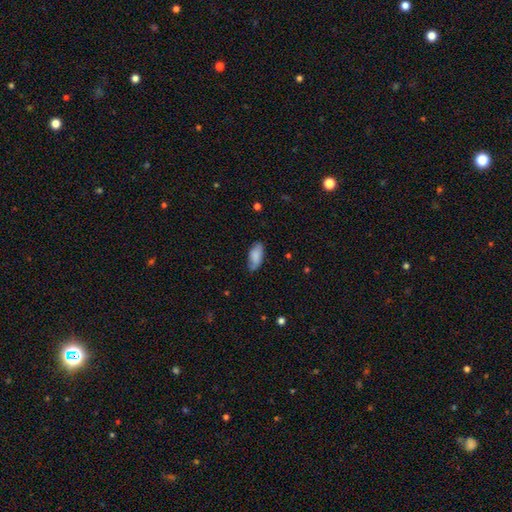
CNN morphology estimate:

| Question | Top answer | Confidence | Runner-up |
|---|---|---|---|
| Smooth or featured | smooth | 81% | featured or disk (12%) |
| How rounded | in between | 89% | cigar-shaped (9%) |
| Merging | none | 70% | minor disturbance (24%) |